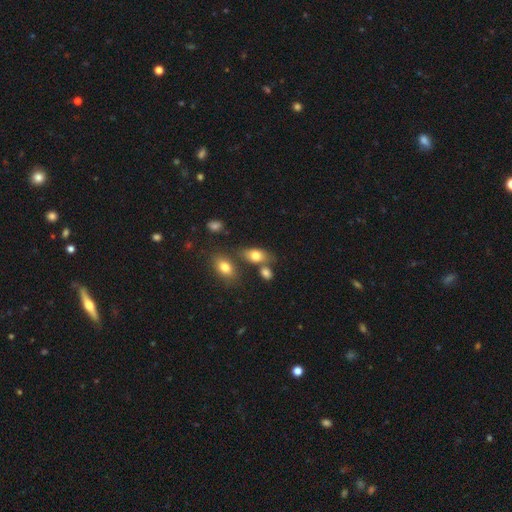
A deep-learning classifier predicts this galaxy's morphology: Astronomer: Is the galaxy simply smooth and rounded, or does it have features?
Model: smooth — 78%.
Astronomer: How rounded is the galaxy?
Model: in between — 85%.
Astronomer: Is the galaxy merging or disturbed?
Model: none — 61%.